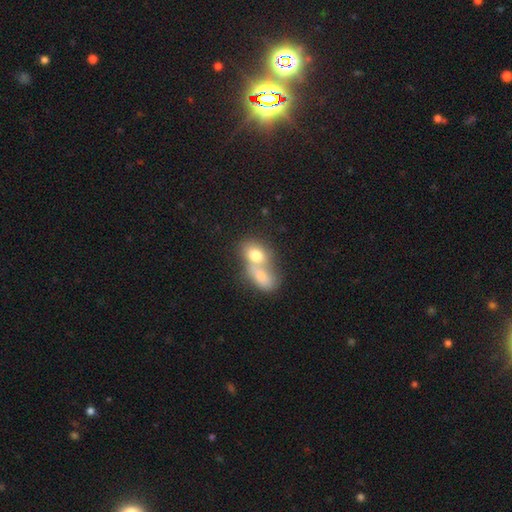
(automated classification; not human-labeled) Q: Smooth or featured?
A: smooth (74%); runner-up: featured or disk (18%)
Q: How rounded?
A: in between (71%); runner-up: round (27%)
Q: Merging?
A: merger (72%); runner-up: none (18%)